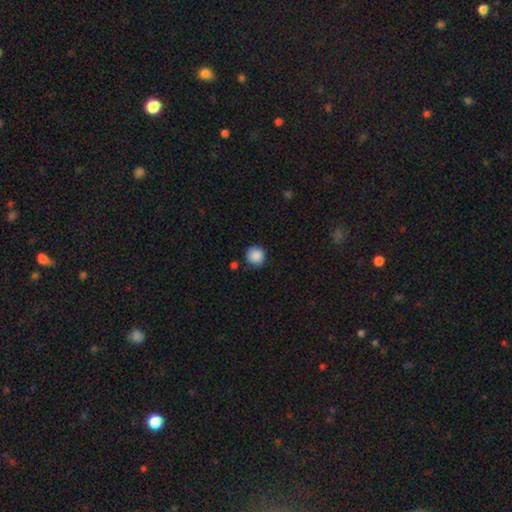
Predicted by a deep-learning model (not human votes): Overall: smooth (88%). How rounded: round (93%). Merging: none (83%).